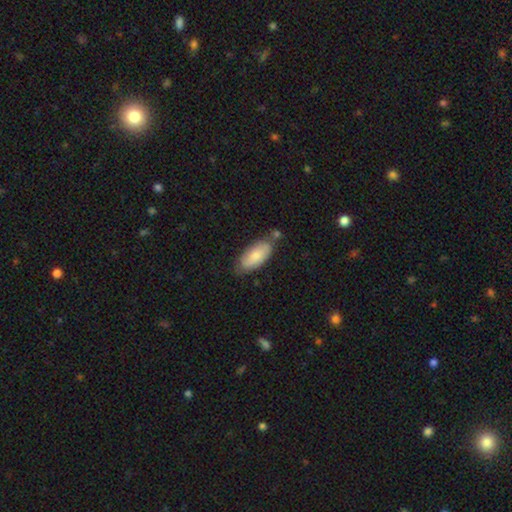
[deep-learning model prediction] Smooth or featured?
  - smooth: 73% *
  - featured or disk: 22%
  - star or artifact: 6%
How rounded?
  - in between: 89% *
  - cigar-shaped: 9%
  - round: 2%
Merging?
  - none: 62% *
  - minor disturbance: 24%
  - merger: 9%
  - major disturbance: 5%